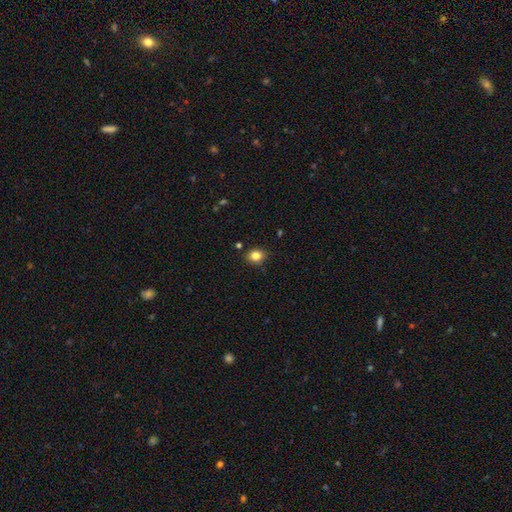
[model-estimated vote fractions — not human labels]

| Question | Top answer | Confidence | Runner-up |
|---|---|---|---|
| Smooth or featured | smooth | 83% | star or artifact (11%) |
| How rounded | round | 65% | in between (35%) |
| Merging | none | 85% | minor disturbance (11%) |